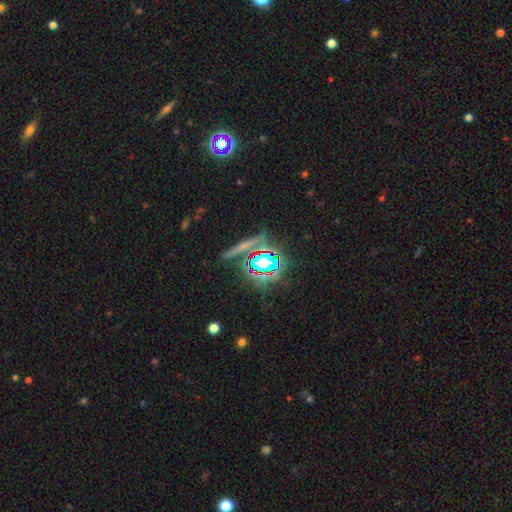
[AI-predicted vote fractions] Morphology: type=star or artifact (81%).